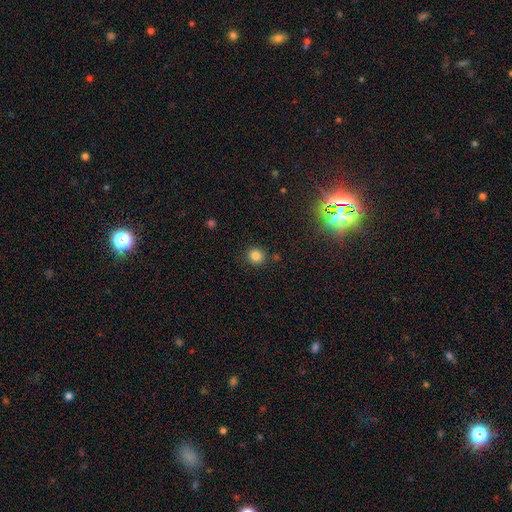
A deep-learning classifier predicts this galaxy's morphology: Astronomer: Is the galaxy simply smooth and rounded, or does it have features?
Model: smooth — 82%.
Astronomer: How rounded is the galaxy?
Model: round — 89%.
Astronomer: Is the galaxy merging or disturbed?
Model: none — 87%.